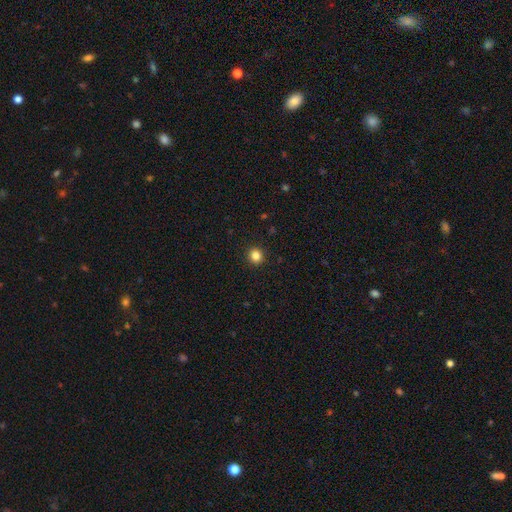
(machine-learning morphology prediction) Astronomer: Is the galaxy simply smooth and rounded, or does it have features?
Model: smooth — 84%.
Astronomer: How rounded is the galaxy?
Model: round — 91%.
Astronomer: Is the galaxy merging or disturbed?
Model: none — 93%.